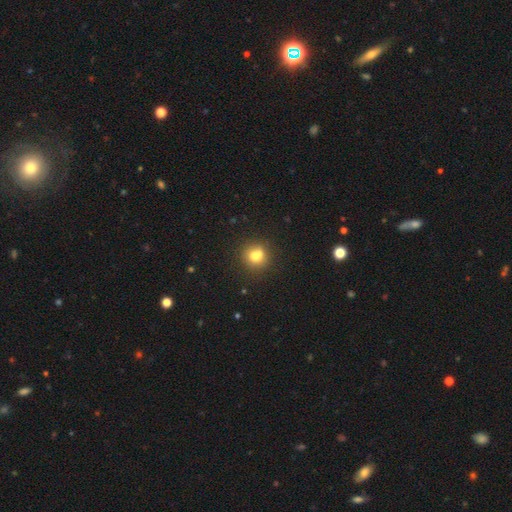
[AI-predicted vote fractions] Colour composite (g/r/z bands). It shows a smooth galaxy with no disk features (74%) that is round (87%). Merging: none (62%).